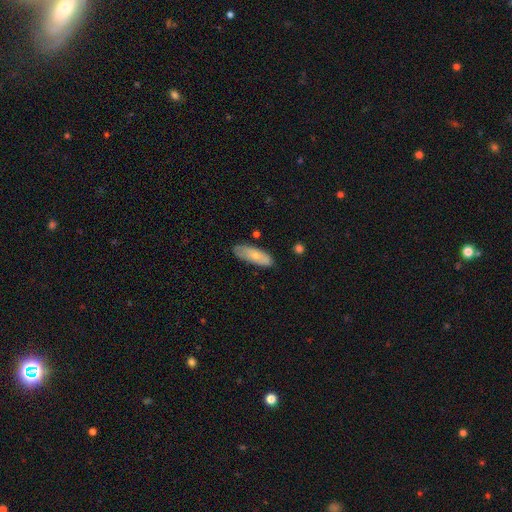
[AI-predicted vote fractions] Smooth or featured?
  - smooth: 73% *
  - featured or disk: 21%
  - star or artifact: 6%
How rounded?
  - in between: 67% *
  - cigar-shaped: 31%
  - round: 2%
Merging?
  - none: 77% *
  - minor disturbance: 18%
  - major disturbance: 3%
  - merger: 2%